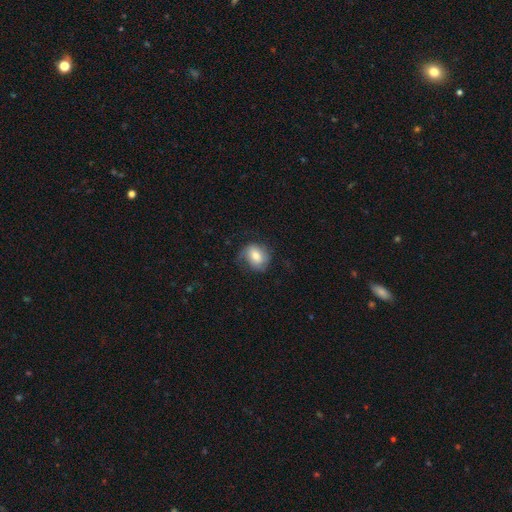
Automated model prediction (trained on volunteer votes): Smooth or featured? smooth (67%)
How rounded? in between (50%)
Merging? none (60%)